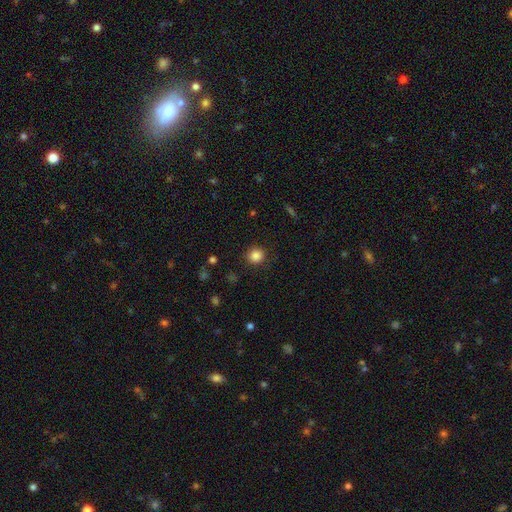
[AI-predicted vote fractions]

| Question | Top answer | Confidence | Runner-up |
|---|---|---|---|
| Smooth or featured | smooth | 85% | star or artifact (11%) |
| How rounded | round | 91% | in between (8%) |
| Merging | none | 88% | minor disturbance (8%) |